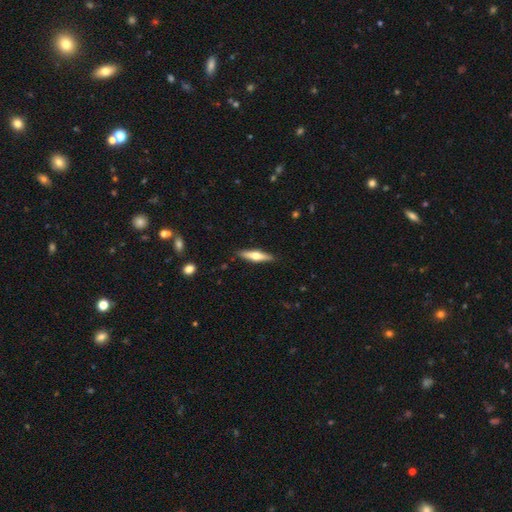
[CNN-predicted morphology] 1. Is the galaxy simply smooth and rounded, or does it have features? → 47% featured or disk (tied), 47% smooth (tied), 5% star or artifact.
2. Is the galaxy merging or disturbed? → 89% none, 8% minor disturbance, 2% major disturbance, 1% merger.